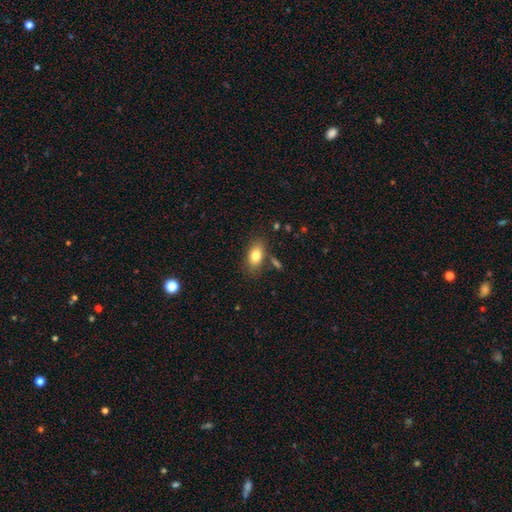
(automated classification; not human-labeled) Smooth or featured?
  - smooth: 82% *
  - featured or disk: 10%
  - star or artifact: 8%
How rounded?
  - in between: 88% *
  - round: 9%
  - cigar-shaped: 3%
Merging?
  - none: 77% *
  - minor disturbance: 13%
  - merger: 6%
  - major disturbance: 4%